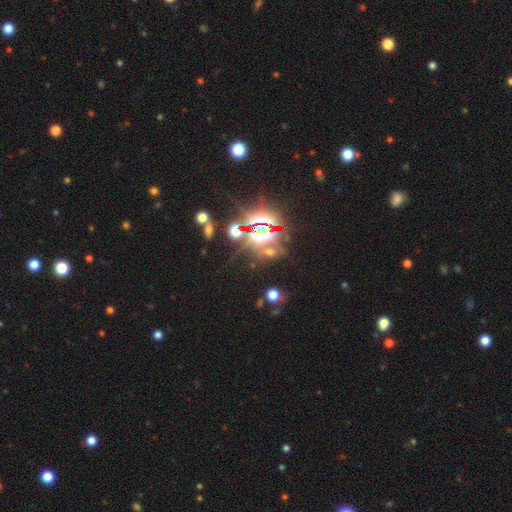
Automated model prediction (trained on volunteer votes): Overall: star or artifact (83%).